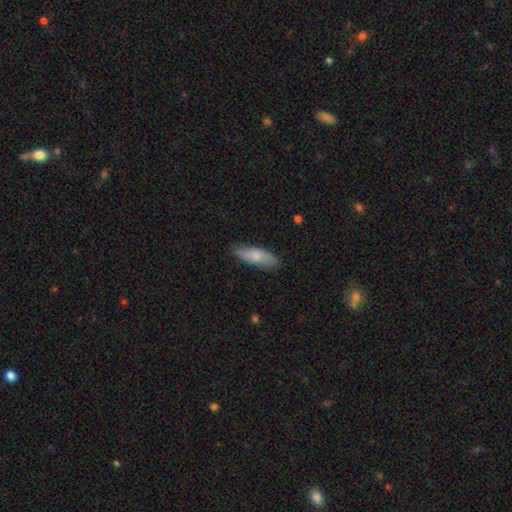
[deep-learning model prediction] smooth_or_featured: smooth (p=0.75) [alt: featured or disk p=0.20]
how_rounded: in between (p=0.54) [alt: cigar-shaped p=0.44]
merging: none (p=0.83) [alt: minor disturbance p=0.14]